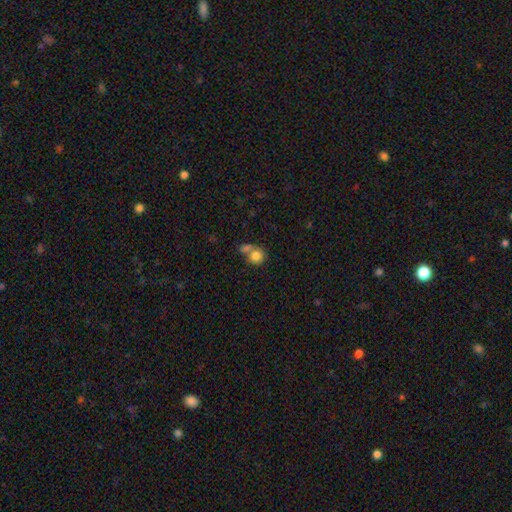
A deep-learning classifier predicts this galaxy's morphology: This is clearly a smooth galaxy (80%). How rounded: clearly round (83%). Merging: marginally merger (43%).